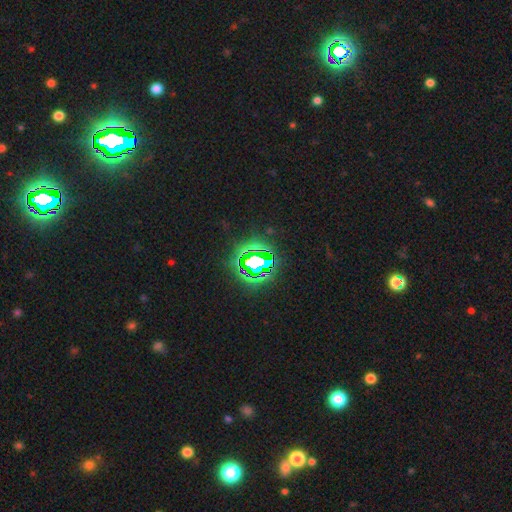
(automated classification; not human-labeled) star or artifact 82%, smooth 11%, featured or disk 8%.